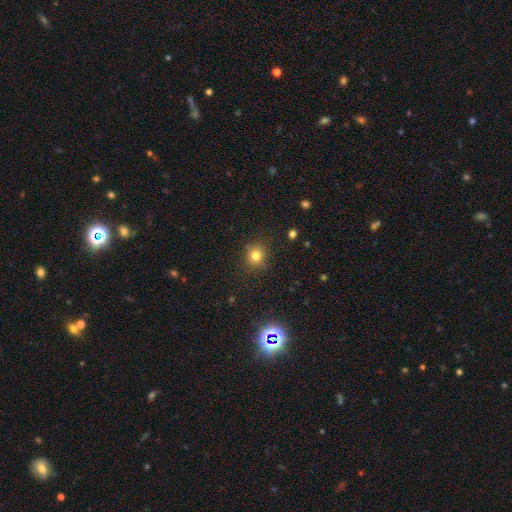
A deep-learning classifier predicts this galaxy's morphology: A smooth galaxy with no disk features (78%) that is round (86%).

Vote fractions:
- Smooth or featured? smooth: 78% / star or artifact: 15% / featured or disk: 7%
- How rounded? round: 86% / in between: 13% / cigar-shaped: 1%
- Merging? none: 86% / minor disturbance: 10% / major disturbance: 3% / merger: 2%